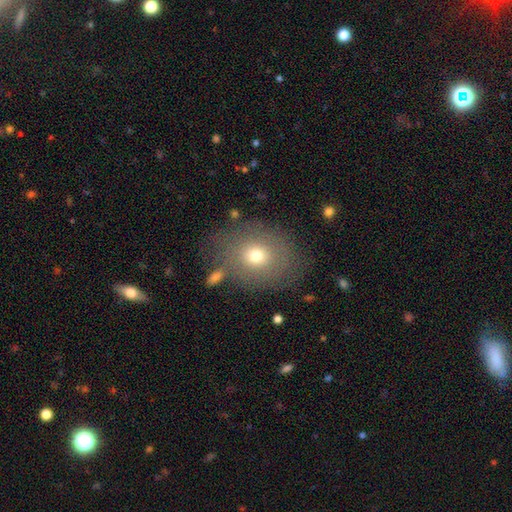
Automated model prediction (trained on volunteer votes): smooth-or-featured: smooth: 67% | featured or disk: 20% | star or artifact: 13%
  how-rounded: round: 56% | in between: 43% | cigar-shaped: 1%
  merging: none: 73% | minor disturbance: 15% | major disturbance: 7% | merger: 5%